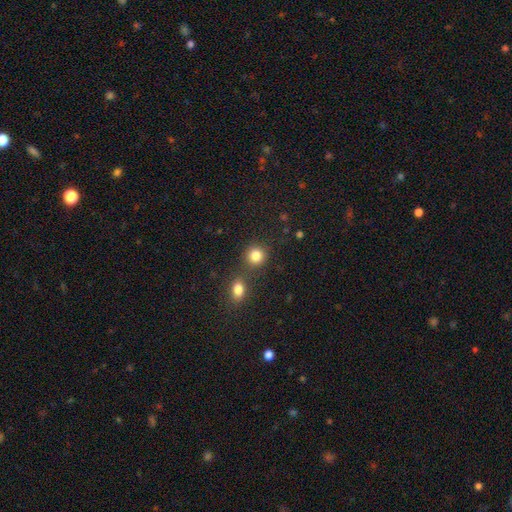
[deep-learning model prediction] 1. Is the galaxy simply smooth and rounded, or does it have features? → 84% smooth, 11% star or artifact, 5% featured or disk.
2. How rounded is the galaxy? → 86% round, 13% in between, 1% cigar-shaped.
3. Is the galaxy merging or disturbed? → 71% none, 17% merger, 8% minor disturbance, 3% major disturbance.